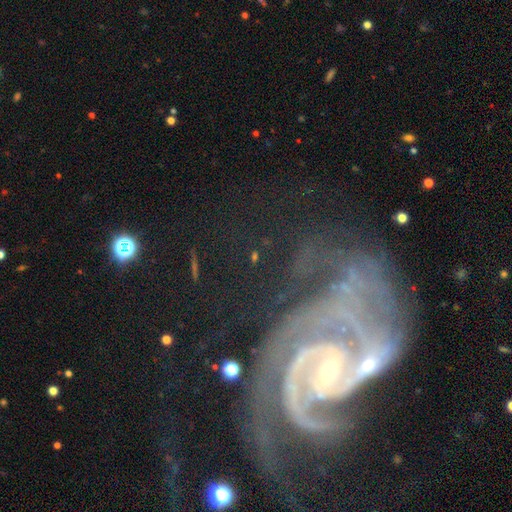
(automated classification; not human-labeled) smooth-or-featured: featured or disk: 81% | star or artifact: 11% | smooth: 7%
  disk-edge-on: no: 96% | yes: 4%
    bar: no: 40% | weak: 31% | strong: 29%
    has-spiral-arms: yes: 94% | no: 6%
      spiral-winding: tight: 55% | medium: 34% | loose: 11%
      spiral-arm-count: 2: 51% | can't tell: 14% | 3: 13% | 4: 8% | 1: 7% | more than 4: 7%
    bulge-size: small: 80% | moderate: 15% | none: 2% | large: 2% | dominant: 1%
  merging: none: 53% | major disturbance: 19% | minor disturbance: 18% | merger: 10%